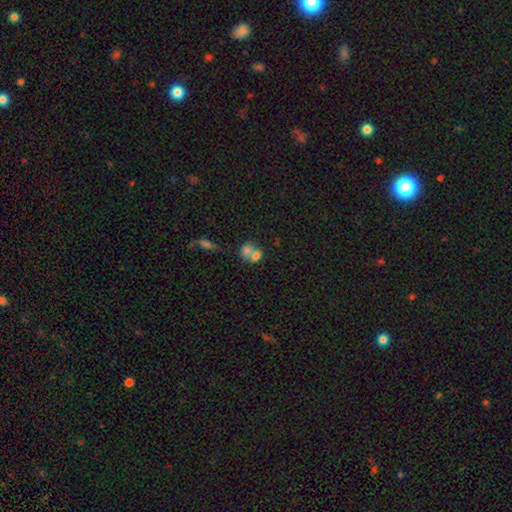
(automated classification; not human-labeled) Morphology: type=smooth (71%); roundness=round (53%); merging=merger (67%).